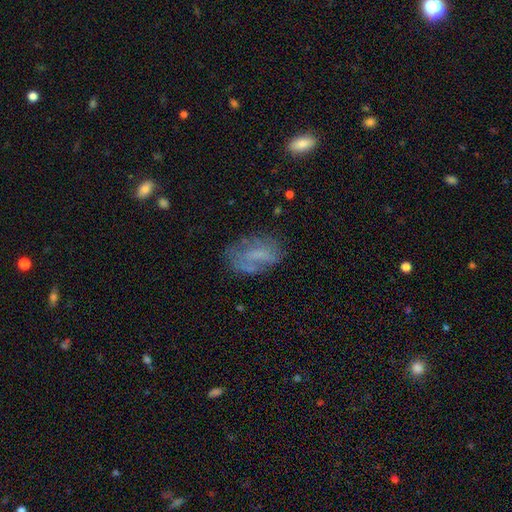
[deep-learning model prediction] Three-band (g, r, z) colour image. It shows a featured or disk galaxy (44%, tied with smooth). Merging: none (51%).